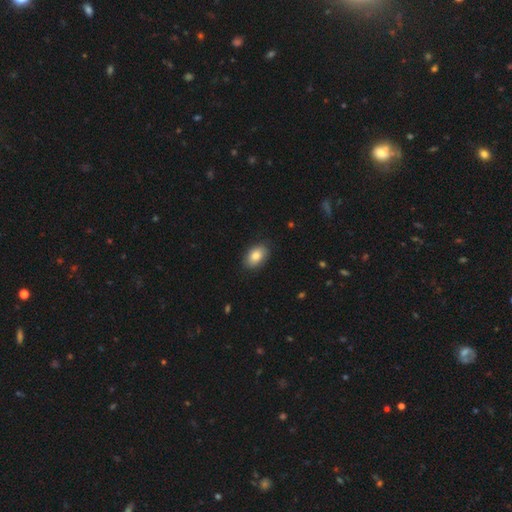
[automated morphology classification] The model was most divided on "merging": none: 85%, minor disturbance: 11%, major disturbance: 2%, merger: 1%. More confident: how rounded — in between (88%); smooth or featured — smooth (84%).